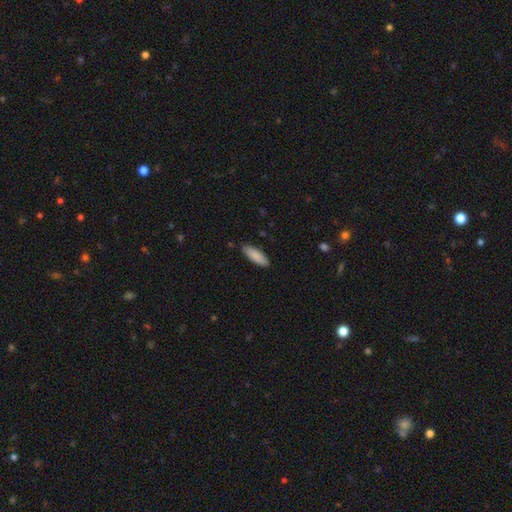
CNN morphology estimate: smooth-or-featured: smooth: 88% | featured or disk: 6% | star or artifact: 6%
  how-rounded: in between: 55% | cigar-shaped: 43% | round: 1%
  merging: none: 86% | minor disturbance: 11% | major disturbance: 2% | merger: 1%